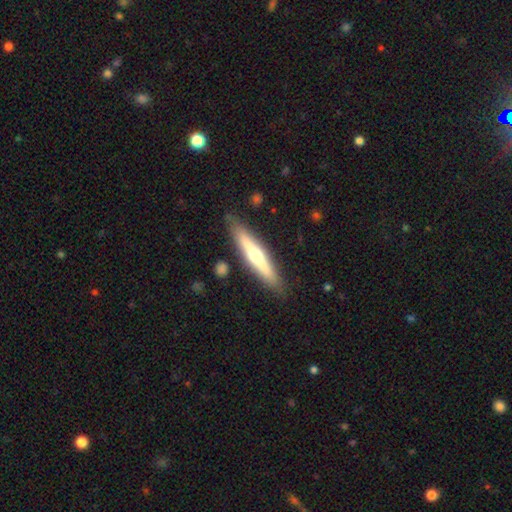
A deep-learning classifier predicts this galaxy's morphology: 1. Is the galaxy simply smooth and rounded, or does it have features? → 58% featured or disk, 37% smooth, 5% star or artifact.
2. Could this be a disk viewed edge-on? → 92% yes, 8% no.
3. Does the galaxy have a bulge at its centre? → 89% rounded, 8% none, 3% boxy.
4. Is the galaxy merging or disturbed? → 87% none, 9% minor disturbance, 2% major disturbance, 2% merger.